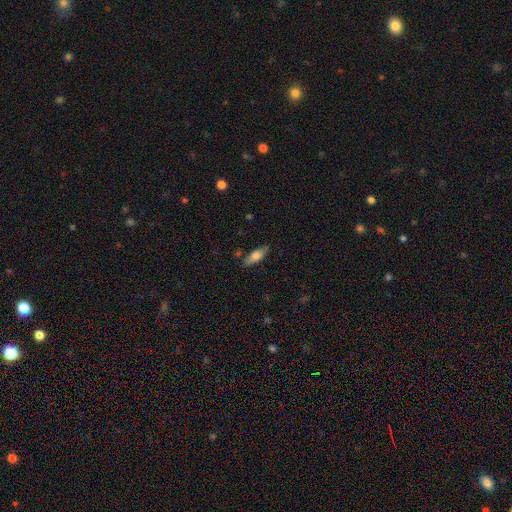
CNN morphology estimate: Smooth or featured?
  - smooth: 73% *
  - featured or disk: 20%
  - star or artifact: 7%
How rounded?
  - in between: 68% *
  - cigar-shaped: 30%
  - round: 2%
Merging?
  - none: 79% *
  - minor disturbance: 15%
  - major disturbance: 3%
  - merger: 3%